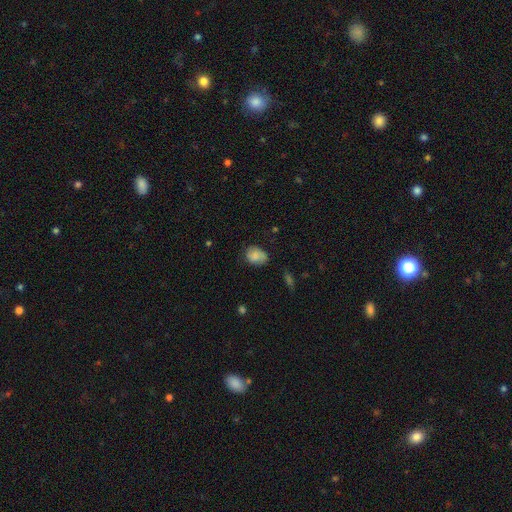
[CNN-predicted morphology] This appears to be a smooth galaxy with no disk features (80%) that is in between round and cigar-shaped (64%). Merging: none (59%).